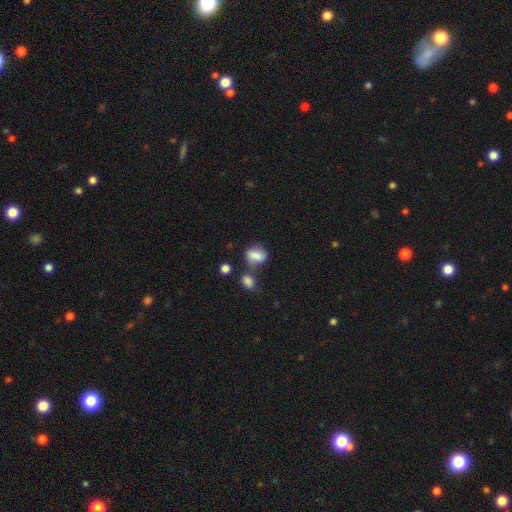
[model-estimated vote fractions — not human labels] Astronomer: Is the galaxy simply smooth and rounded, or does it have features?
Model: smooth — 80%.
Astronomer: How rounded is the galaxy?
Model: in between — 75%.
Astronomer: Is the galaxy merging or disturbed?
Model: none — 42% (runner-up: merger, 27%).